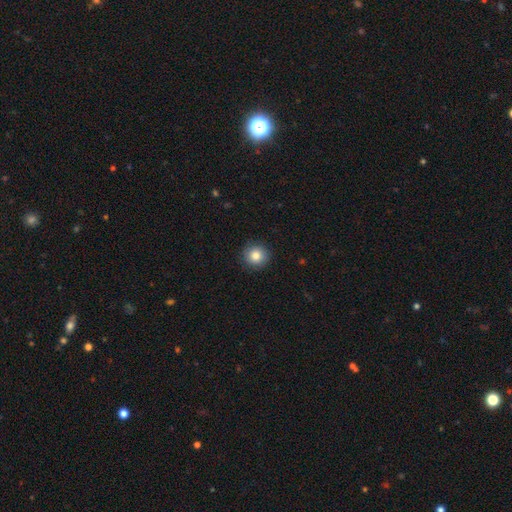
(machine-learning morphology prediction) Smooth or featured?
  - smooth: 82% *
  - star or artifact: 9%
  - featured or disk: 9%
How rounded?
  - round: 94% *
  - in between: 5%
  - cigar-shaped: 1%
Merging?
  - none: 87% *
  - minor disturbance: 9%
  - major disturbance: 2%
  - merger: 1%